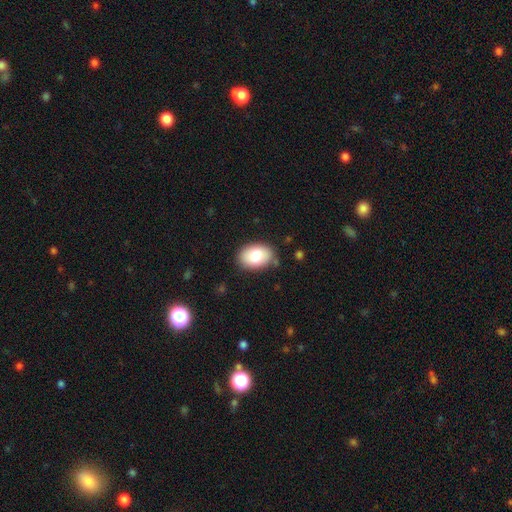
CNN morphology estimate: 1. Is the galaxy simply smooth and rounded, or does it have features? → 80% smooth, 13% featured or disk, 7% star or artifact.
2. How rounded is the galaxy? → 86% in between, 13% round, 1% cigar-shaped.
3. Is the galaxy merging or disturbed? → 82% none, 13% minor disturbance, 3% major disturbance, 2% merger.